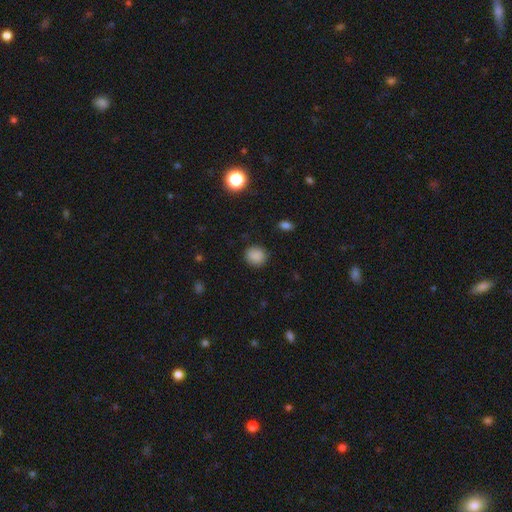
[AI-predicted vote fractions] Q: Smooth or featured?
A: smooth (87%); runner-up: star or artifact (10%)
Q: How rounded?
A: round (85%); runner-up: in between (14%)
Q: Merging?
A: none (87%); runner-up: minor disturbance (9%)